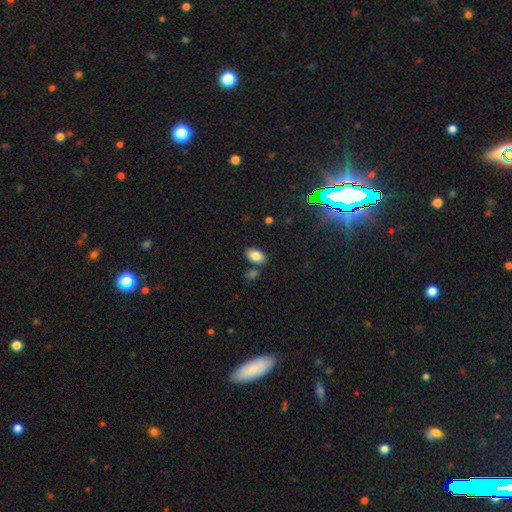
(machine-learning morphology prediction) A smooth galaxy with no disk features (85%) that is in between round and cigar-shaped (92%). Merging: none (77%).